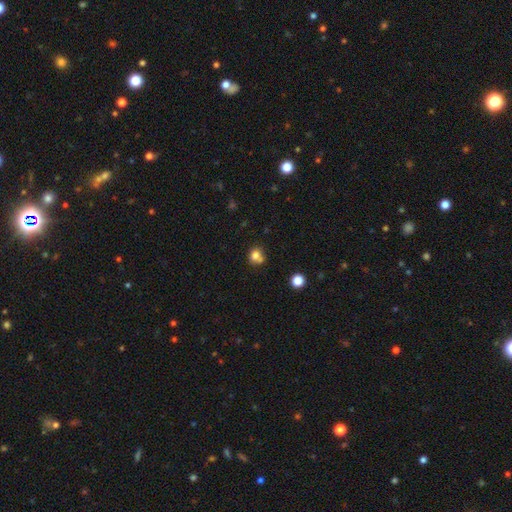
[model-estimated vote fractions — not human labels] This is likely a smooth galaxy (78%). How rounded: likely round (79%). Merging: possibly none (55%).